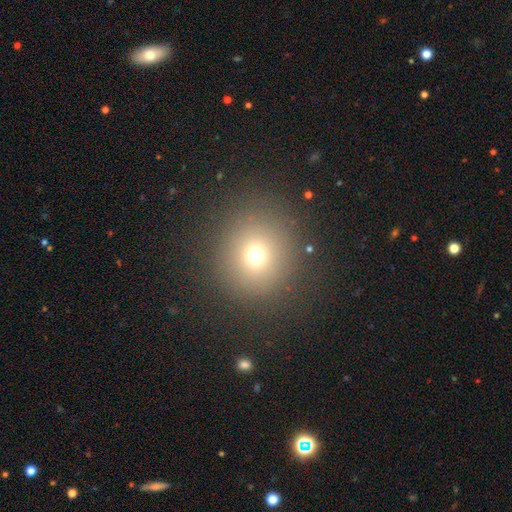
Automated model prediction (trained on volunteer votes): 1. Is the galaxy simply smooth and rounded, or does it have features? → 70% smooth, 20% star or artifact, 10% featured or disk.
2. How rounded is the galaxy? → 90% round, 9% in between, 1% cigar-shaped.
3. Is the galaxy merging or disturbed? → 87% none, 7% minor disturbance, 5% major disturbance, 1% merger.